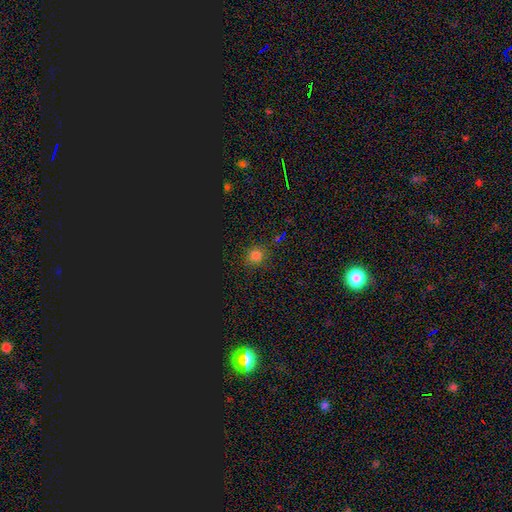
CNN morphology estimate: smooth 72%, star or artifact 23%, featured or disk 4%. Down the decision tree: how rounded — round (88%); merging — none (87%).